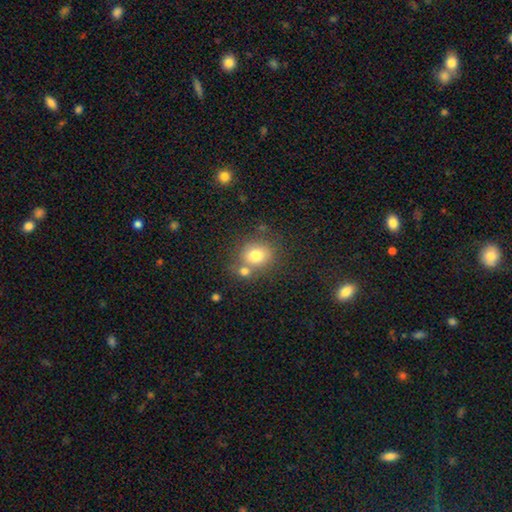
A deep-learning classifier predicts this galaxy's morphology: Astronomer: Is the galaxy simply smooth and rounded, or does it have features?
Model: smooth — 77%.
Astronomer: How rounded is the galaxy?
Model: round — 71%.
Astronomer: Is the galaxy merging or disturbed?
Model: none — 56%.